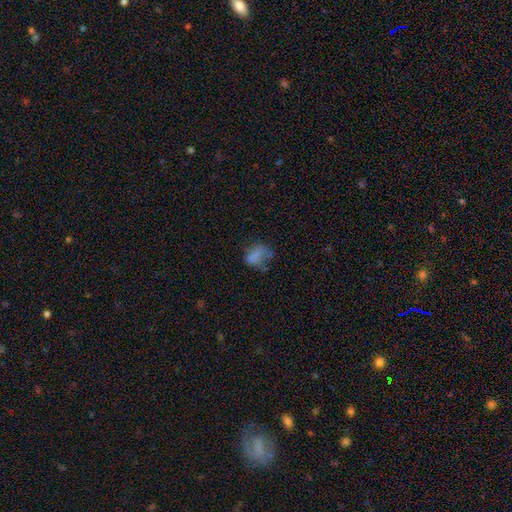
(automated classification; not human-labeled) Smooth or featured?
  - smooth: 68% *
  - featured or disk: 17%
  - star or artifact: 14%
How rounded?
  - in between: 76% *
  - round: 22%
  - cigar-shaped: 2%
Merging?
  - none: 36% *
  - major disturbance: 30%
  - minor disturbance: 28%
  - merger: 6%